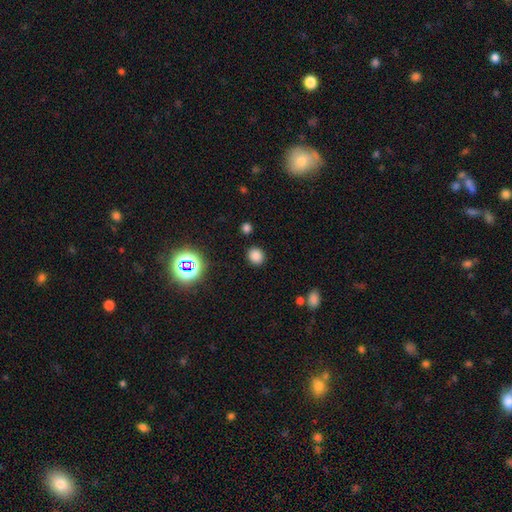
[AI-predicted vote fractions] This appears to be a smooth galaxy with no disk features (80%) that is round (73%). Merging: none (87%).